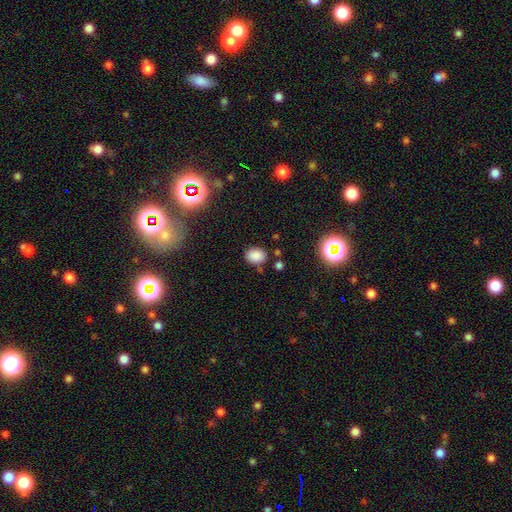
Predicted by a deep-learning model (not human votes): Smooth or featured?
  - smooth: 83% *
  - star or artifact: 13%
  - featured or disk: 5%
How rounded?
  - in between: 64% *
  - round: 35%
  - cigar-shaped: 1%
Merging?
  - none: 77% *
  - minor disturbance: 14%
  - merger: 5%
  - major disturbance: 4%